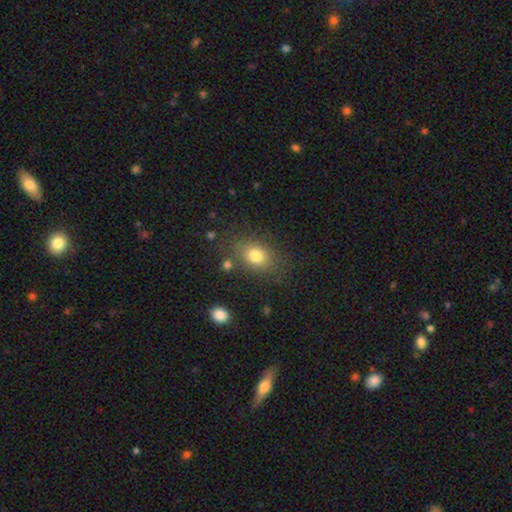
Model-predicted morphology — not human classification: This is likely a smooth galaxy (78%). How rounded: likely in between (63%). Merging: likely none (76%).